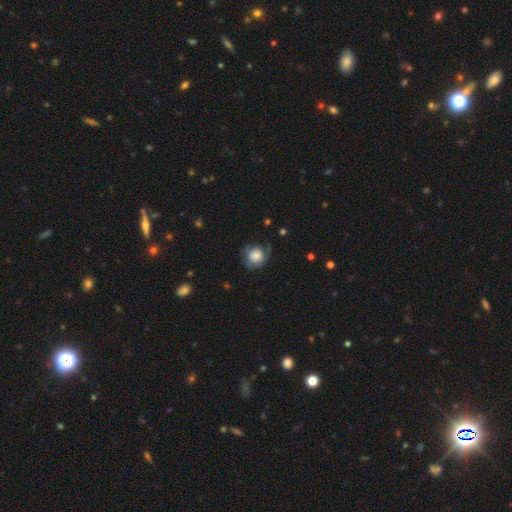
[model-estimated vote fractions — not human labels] smooth-or-featured: smooth: 62% | featured or disk: 30% | star or artifact: 8%
  how-rounded: round: 82% | in between: 17% | cigar-shaped: 1%
  merging: none: 61% | minor disturbance: 25% | major disturbance: 13% | merger: 2%